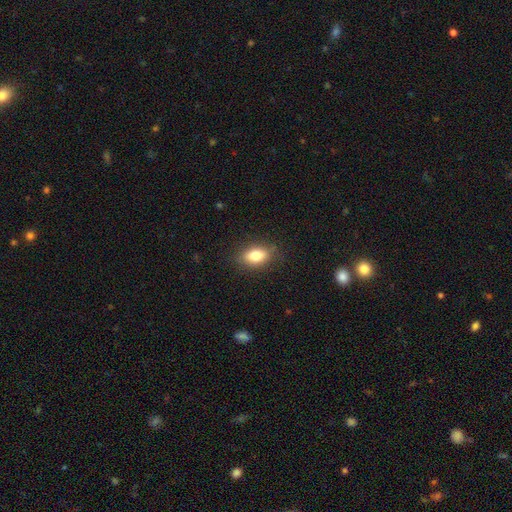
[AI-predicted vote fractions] Smooth or featured: smooth — 81% (featured or disk — 10%)
How rounded: in between — 83% (round — 12%)
Merging: none — 84% (minor disturbance — 12%)